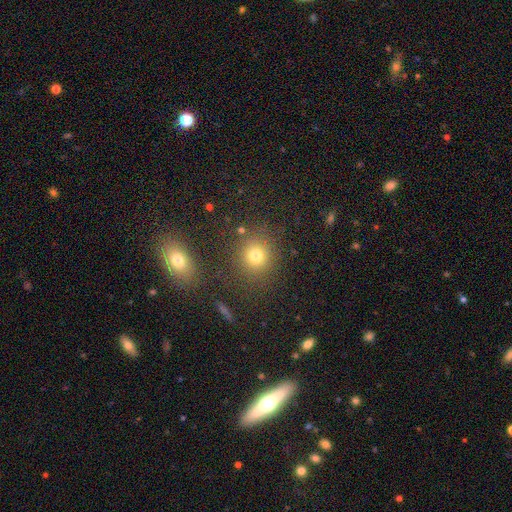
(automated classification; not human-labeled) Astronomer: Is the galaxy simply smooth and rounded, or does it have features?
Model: smooth — 73%.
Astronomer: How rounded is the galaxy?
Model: round — 85%.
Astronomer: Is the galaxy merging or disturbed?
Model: none — 82%.